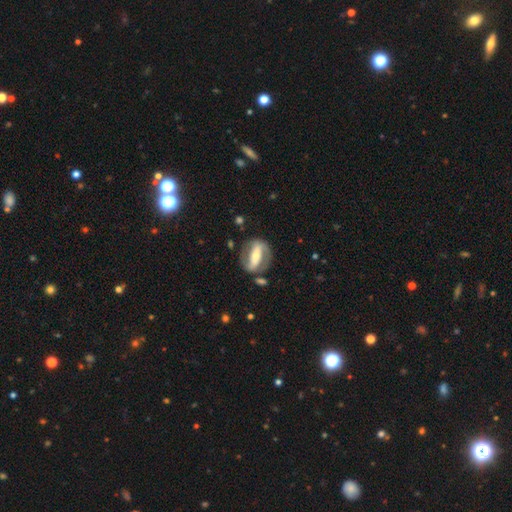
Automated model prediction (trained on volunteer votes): This is likely a featured or disk galaxy (78%). It is clearly not viewed edge-on (90%). Bar: likely strong (72%). Spiral arm pattern: likely yes (77%). Spiral arm count: clearly 2 (86%). Spiral winding: marginally medium (41%). Central bulge: possibly moderate (51%). Merging: likely none (77%).